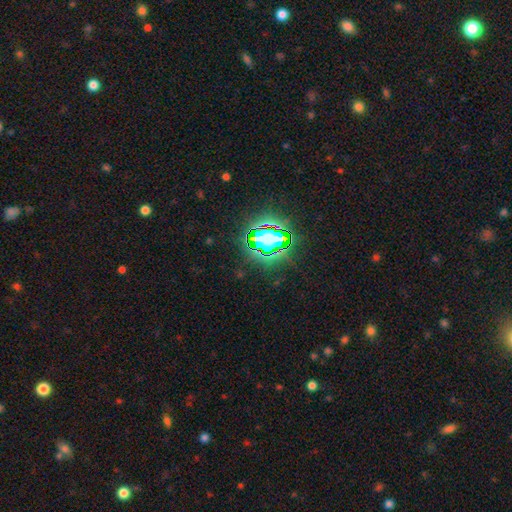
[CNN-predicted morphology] smooth_or_featured: star or artifact (p=0.80) [alt: smooth p=0.13]